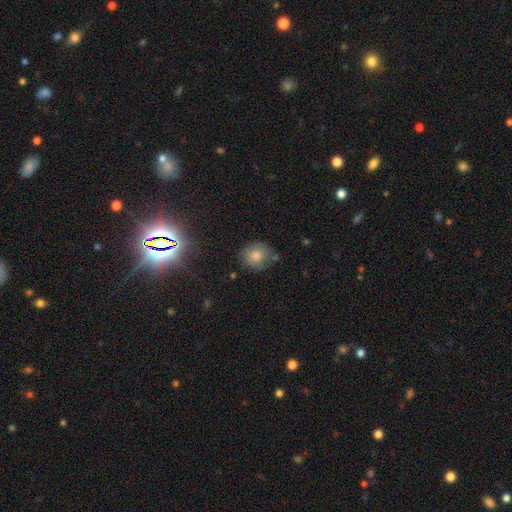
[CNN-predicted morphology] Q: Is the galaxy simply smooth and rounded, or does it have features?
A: smooth — 78%.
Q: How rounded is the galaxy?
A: round — 82%.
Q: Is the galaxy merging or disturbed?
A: none — 72%.